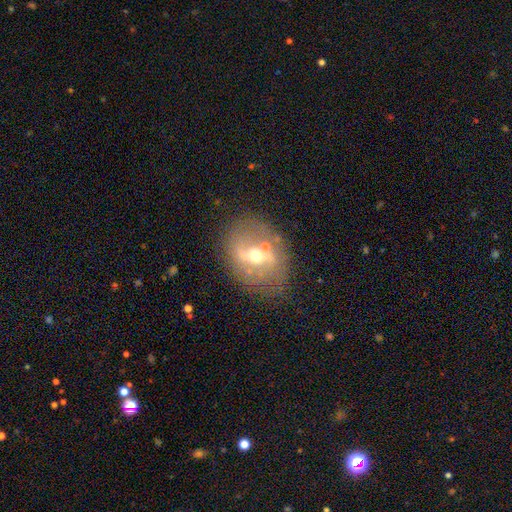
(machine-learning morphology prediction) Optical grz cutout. It shows a featured or disk galaxy (72%) with a strong bar (49%), no spiral arms (55%) and a moderate central bulge (70%). Merging: none (72%).